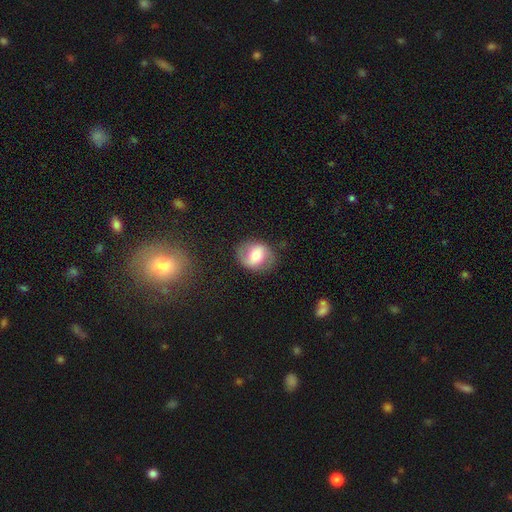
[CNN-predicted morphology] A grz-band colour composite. It shows a smooth galaxy with no disk features (48%). Merging: none (77%).